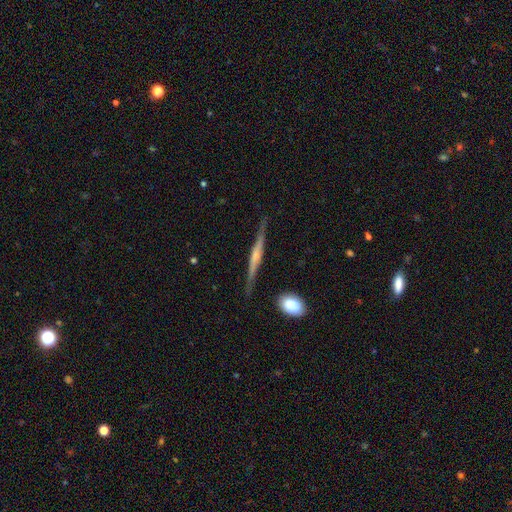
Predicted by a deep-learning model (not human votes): A featured or disk galaxy (75%) viewed edge-on (97%) with a rounded central bulge (71%). Merging: none (84%).